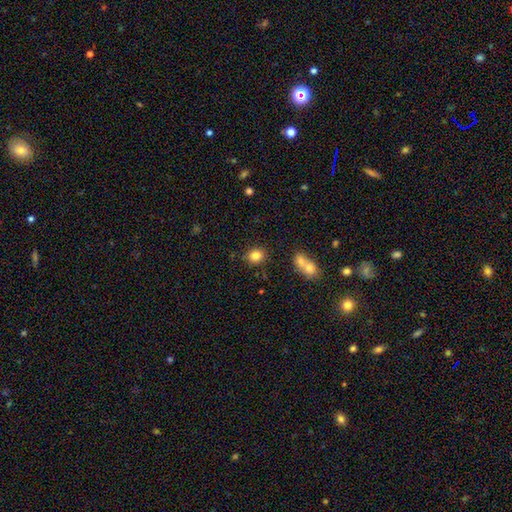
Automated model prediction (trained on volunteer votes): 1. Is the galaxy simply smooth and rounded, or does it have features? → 82% smooth, 10% star or artifact, 7% featured or disk.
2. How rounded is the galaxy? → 70% round, 29% in between, 1% cigar-shaped.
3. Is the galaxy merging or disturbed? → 81% none, 9% minor disturbance, 7% merger, 3% major disturbance.